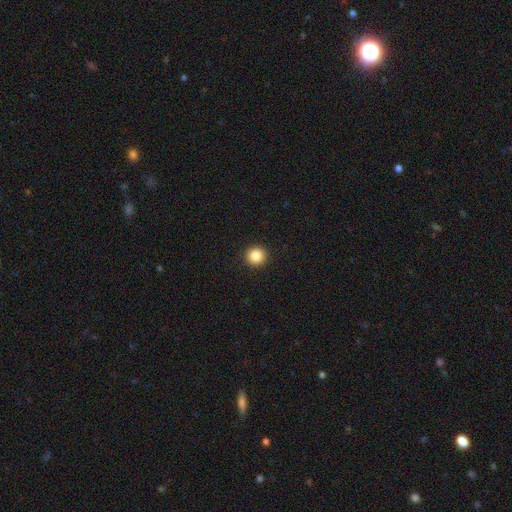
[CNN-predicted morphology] smooth_or_featured: smooth (p=0.86) [alt: star or artifact p=0.10]
how_rounded: round (p=0.95) [alt: in between p=0.04]
merging: none (p=0.93) [alt: minor disturbance p=0.04]